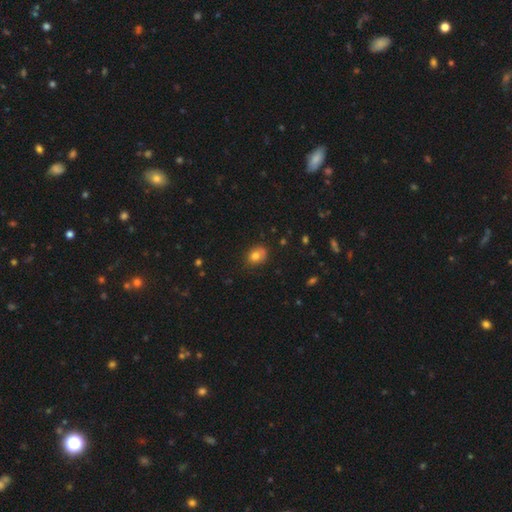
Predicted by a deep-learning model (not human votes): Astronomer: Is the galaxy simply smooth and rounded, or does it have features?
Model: smooth — 76%.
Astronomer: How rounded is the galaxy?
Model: in between — 50% (runner-up: round, 49%).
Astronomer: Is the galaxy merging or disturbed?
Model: none — 61%.